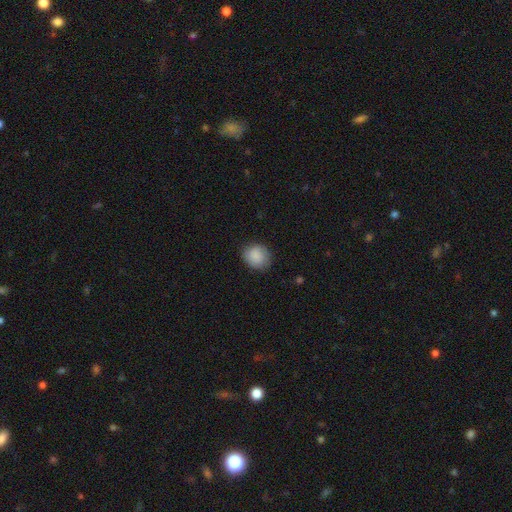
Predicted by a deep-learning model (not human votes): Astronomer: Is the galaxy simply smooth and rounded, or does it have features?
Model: smooth — 88%.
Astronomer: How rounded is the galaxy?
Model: round — 74%.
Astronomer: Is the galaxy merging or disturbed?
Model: none — 81%.